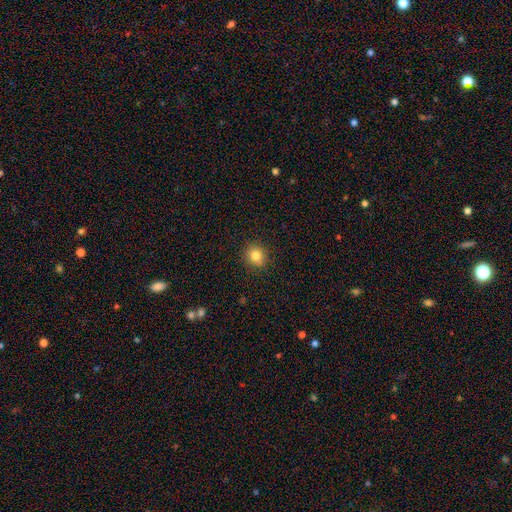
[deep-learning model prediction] Smooth or featured? Predicted: smooth (p=0.83). How rounded? Predicted: round (p=0.82). Merging? Predicted: none (p=0.91).